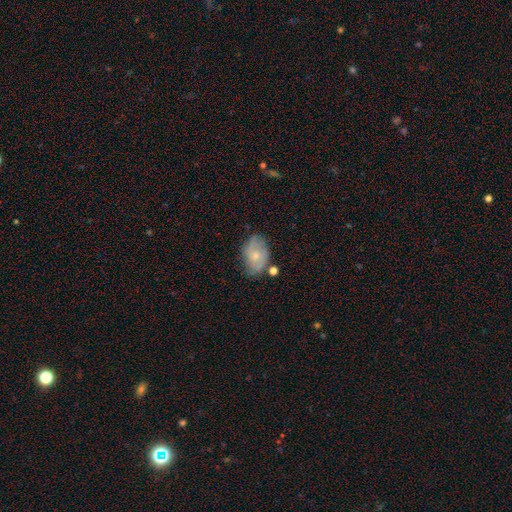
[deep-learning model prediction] Overall: smooth (50%; featured or disk 43%). Merging: none (61%; minor disturbance 25%).